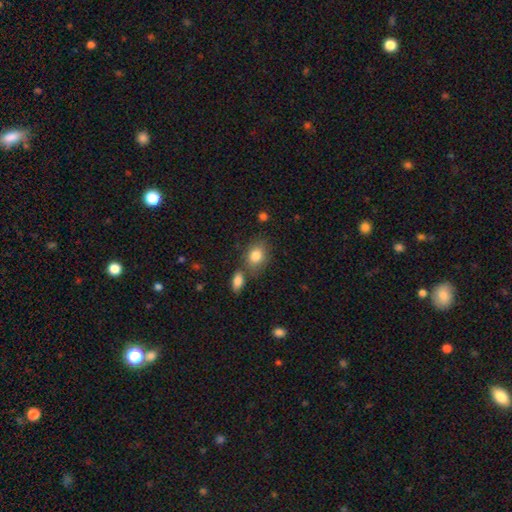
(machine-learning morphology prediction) smooth 83%, featured or disk 9%, star or artifact 8%. Down the decision tree: how rounded — in between (67%); merging — none (65%).